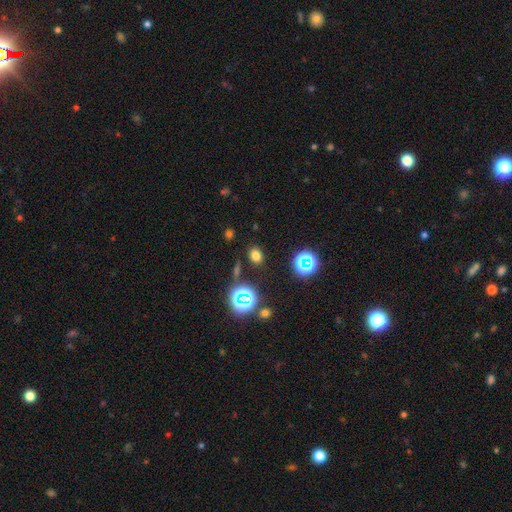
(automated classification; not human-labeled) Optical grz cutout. It shows a smooth galaxy with no disk features (70%) that is in between round and cigar-shaped (61%). Merging: none (85%).